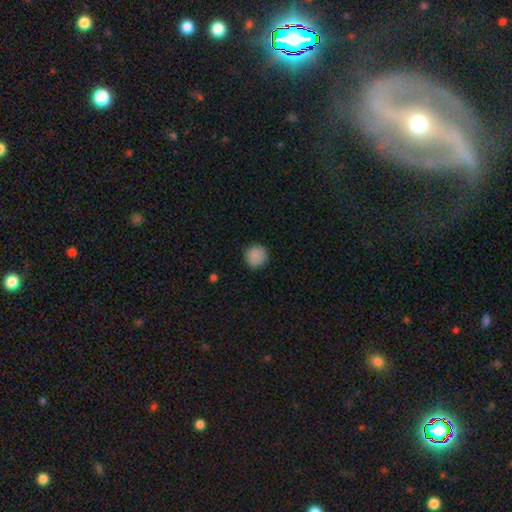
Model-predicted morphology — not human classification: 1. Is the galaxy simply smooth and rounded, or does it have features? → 88% smooth, 8% star or artifact, 4% featured or disk.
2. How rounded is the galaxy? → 93% round, 6% in between, 1% cigar-shaped.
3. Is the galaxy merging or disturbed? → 86% none, 11% minor disturbance, 2% major disturbance, 1% merger.